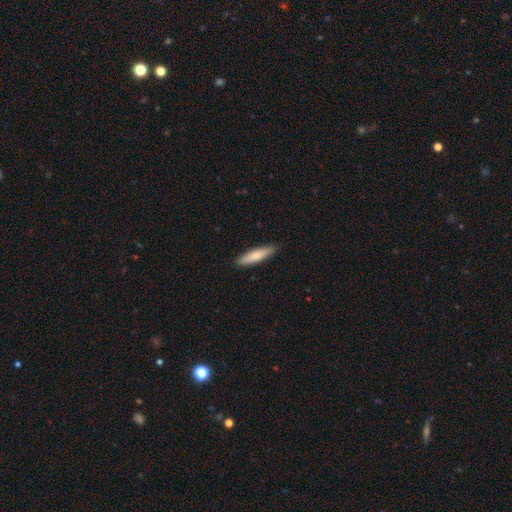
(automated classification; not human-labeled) Q: Smooth or featured?
A: smooth (74%); runner-up: featured or disk (21%)
Q: How rounded?
A: cigar-shaped (79%); runner-up: in between (20%)
Q: Merging?
A: none (90%); runner-up: minor disturbance (8%)